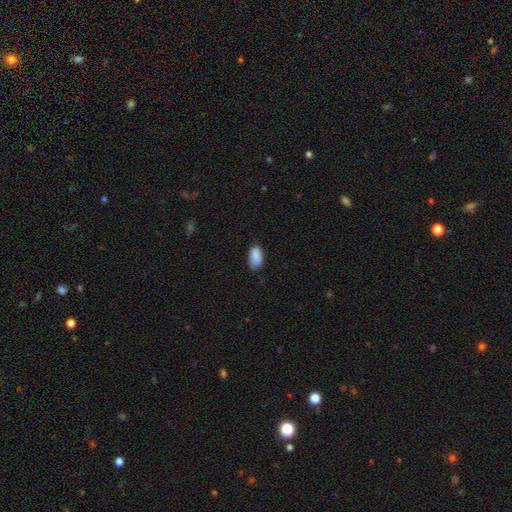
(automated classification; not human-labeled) Overall: smooth (88%). How rounded: in between (93%). Merging: none (73%).